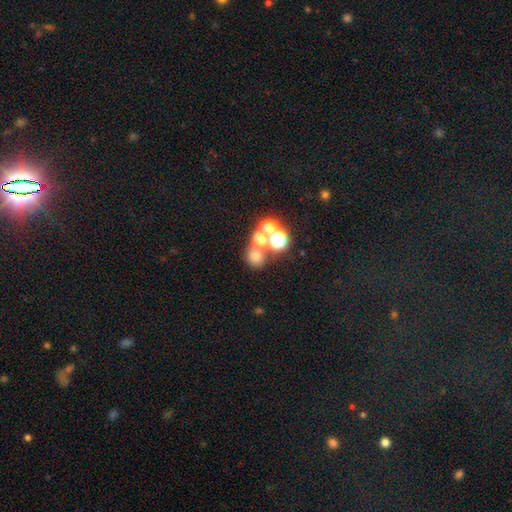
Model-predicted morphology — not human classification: Smooth or featured? Predicted: smooth (p=0.61). How rounded? Predicted: round (p=0.86). Merging? Predicted: none (p=0.56).